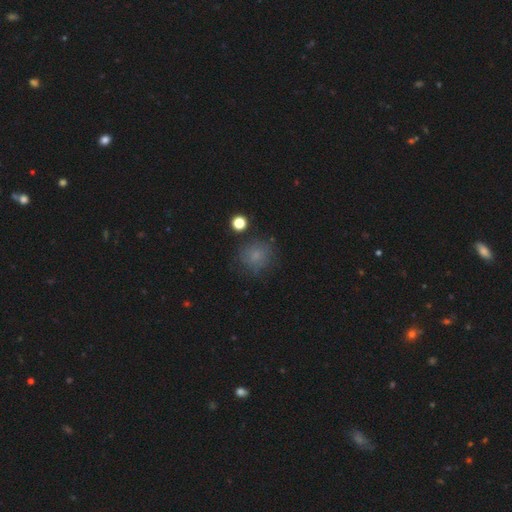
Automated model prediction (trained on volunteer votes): Morphology: type=smooth (72%); roundness=round (82%); merging=none (72%).